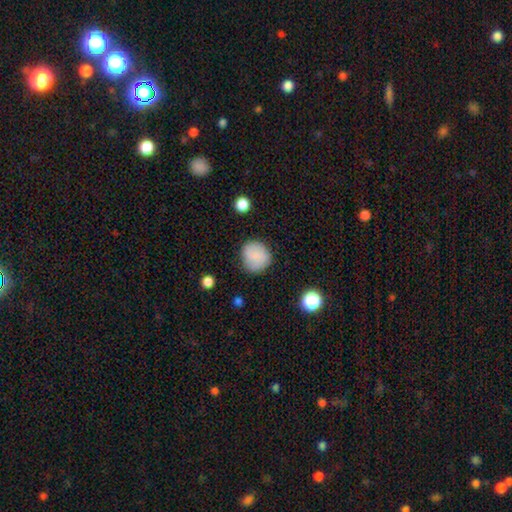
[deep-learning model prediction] A smooth galaxy with no disk features (76%) that is round (89%). Merging: none (81%).